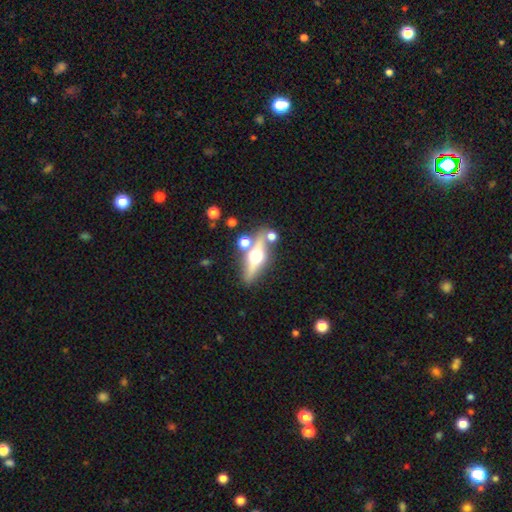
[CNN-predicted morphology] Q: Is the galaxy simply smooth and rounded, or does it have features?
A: featured or disk — 69%.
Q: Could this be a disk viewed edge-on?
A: yes — 91%.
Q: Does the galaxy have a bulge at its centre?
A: rounded — 96%.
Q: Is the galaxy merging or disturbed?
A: none — 78%.